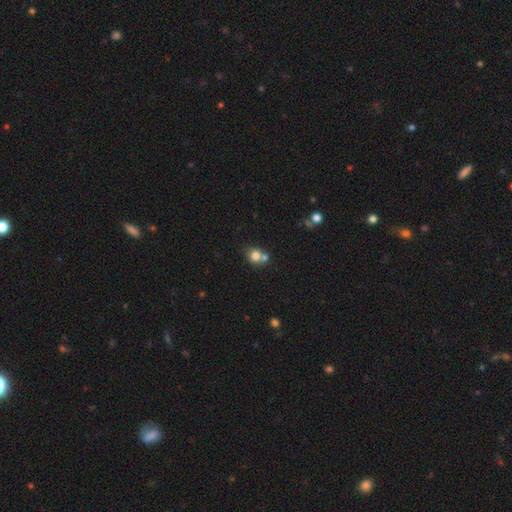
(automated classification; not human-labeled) Smooth or featured?
  - smooth: 77% *
  - star or artifact: 12%
  - featured or disk: 11%
How rounded?
  - round: 75% *
  - in between: 25%
  - cigar-shaped: 1%
Merging?
  - none: 48% *
  - merger: 40%
  - minor disturbance: 9%
  - major disturbance: 3%